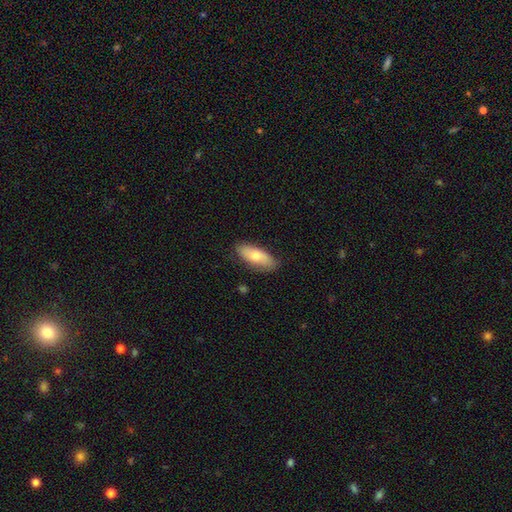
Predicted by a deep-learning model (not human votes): A smooth galaxy with no disk features (72%) that is in between round and cigar-shaped (79%).

Vote fractions:
- Smooth or featured? smooth: 72% / featured or disk: 22% / star or artifact: 6%
- How rounded? in between: 79% / cigar-shaped: 19% / round: 2%
- Merging? none: 82% / minor disturbance: 15% / major disturbance: 3% / merger: 1%